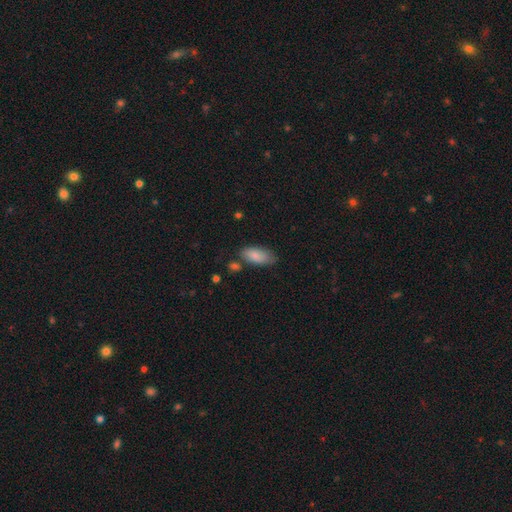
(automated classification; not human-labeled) Q: Smooth or featured?
A: smooth (85%); runner-up: featured or disk (9%)
Q: How rounded?
A: in between (89%); runner-up: cigar-shaped (8%)
Q: Merging?
A: none (70%); runner-up: minor disturbance (20%)